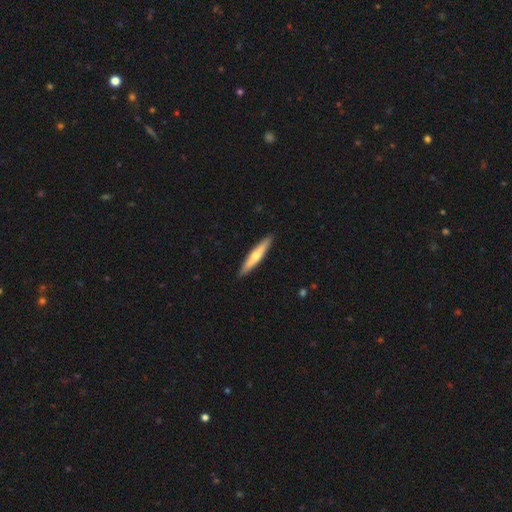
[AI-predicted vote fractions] Overall: smooth (49%; featured or disk 46%). Merging: none (91%).